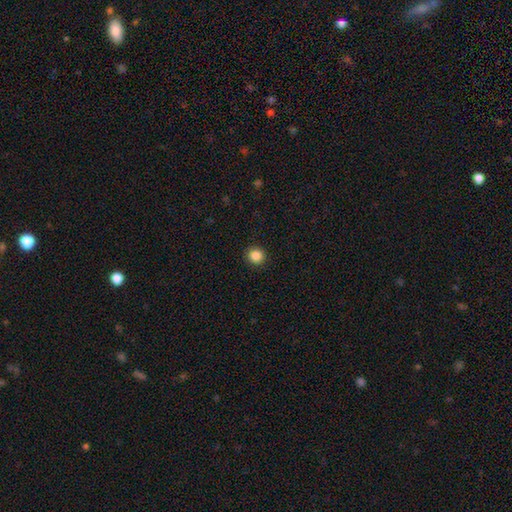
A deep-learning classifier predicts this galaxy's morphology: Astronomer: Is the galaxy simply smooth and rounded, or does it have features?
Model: smooth — 87%.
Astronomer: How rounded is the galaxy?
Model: round — 92%.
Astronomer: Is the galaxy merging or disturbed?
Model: none — 92%.